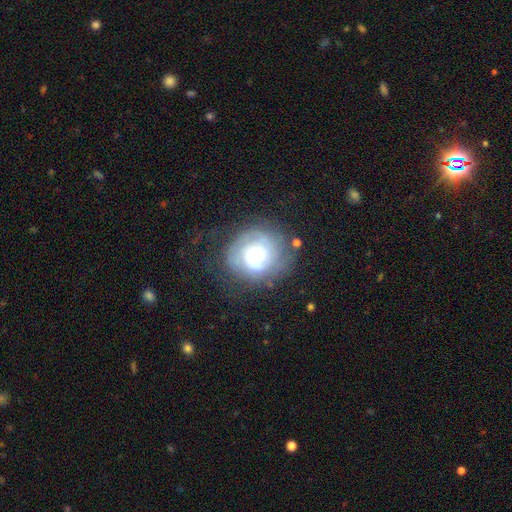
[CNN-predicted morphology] smooth_or_featured: featured or disk (p=0.63) [alt: smooth p=0.29]
disk_edge_on: no (p=0.97) [alt: yes p=0.03]
bar: no (p=0.81) [alt: weak p=0.16]
has_spiral_arms: yes (p=0.81) [alt: no p=0.19]
bulge_size: small (p=0.43) [alt: moderate p=0.42]
merging: none (p=0.62) [alt: minor disturbance p=0.20]